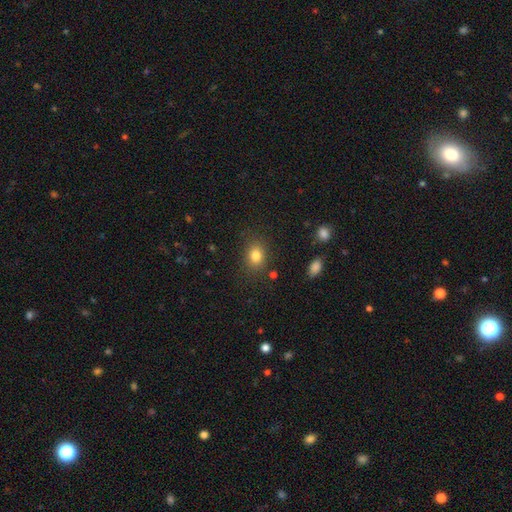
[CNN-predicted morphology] The model was most divided on "how rounded": in between: 55%, round: 44%, cigar-shaped: 1%. More confident: merging — none (83%); smooth or featured — smooth (81%).